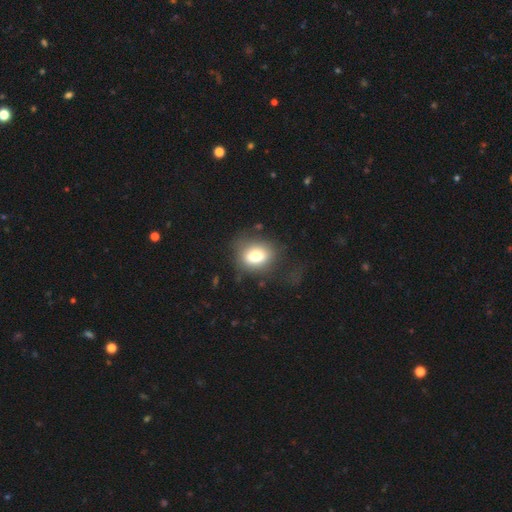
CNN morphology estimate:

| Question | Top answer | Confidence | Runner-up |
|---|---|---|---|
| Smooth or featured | smooth | 73% | featured or disk (17%) |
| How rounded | round | 51% | in between (48%) |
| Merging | none | 65% | minor disturbance (19%) |